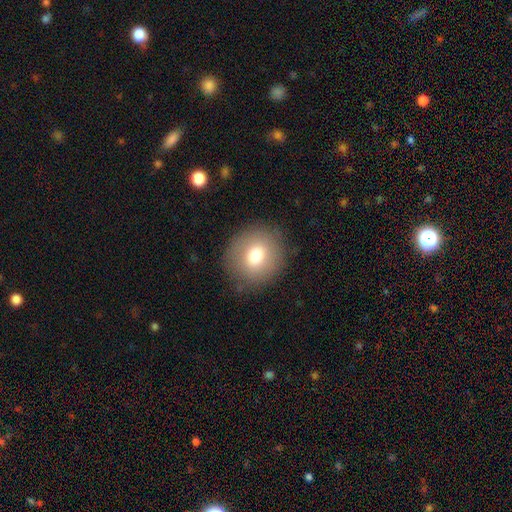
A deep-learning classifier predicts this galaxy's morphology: type=smooth (74%); roundness=round (86%); merging=none (85%).